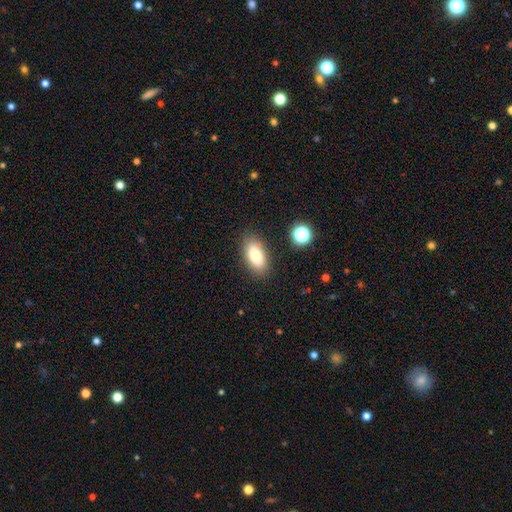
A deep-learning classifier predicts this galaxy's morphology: smooth-or-featured: smooth: 79% | featured or disk: 13% | star or artifact: 9%
  how-rounded: in between: 89% | cigar-shaped: 6% | round: 4%
  merging: none: 85% | minor disturbance: 10% | major disturbance: 3% | merger: 2%